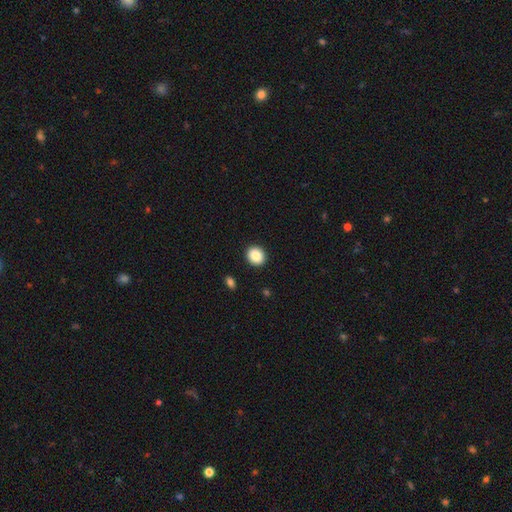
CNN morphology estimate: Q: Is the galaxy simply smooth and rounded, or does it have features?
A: smooth — 88%.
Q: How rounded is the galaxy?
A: round — 70%.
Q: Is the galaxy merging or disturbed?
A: none — 92%.